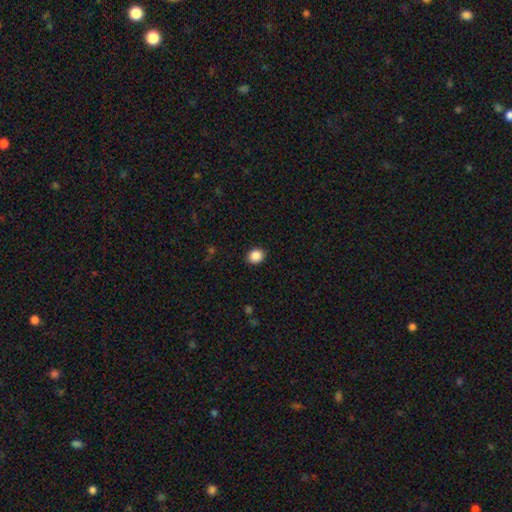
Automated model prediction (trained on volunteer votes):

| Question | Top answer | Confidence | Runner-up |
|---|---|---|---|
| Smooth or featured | smooth | 88% | star or artifact (9%) |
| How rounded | round | 66% | in between (33%) |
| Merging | none | 90% | minor disturbance (7%) |